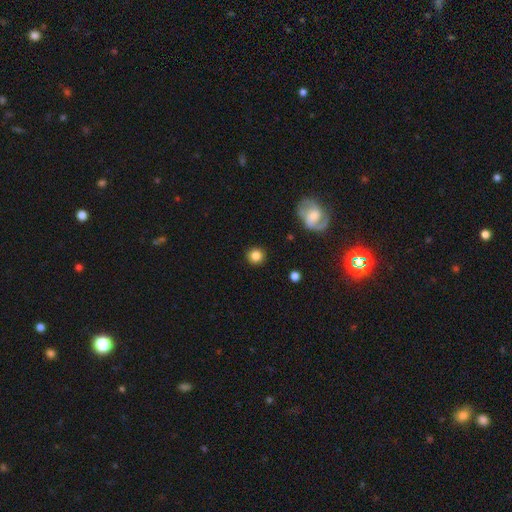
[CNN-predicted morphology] Smooth or featured: smooth — 84% (star or artifact — 10%)
How rounded: round — 93% (in between — 6%)
Merging: none — 91% (minor disturbance — 6%)